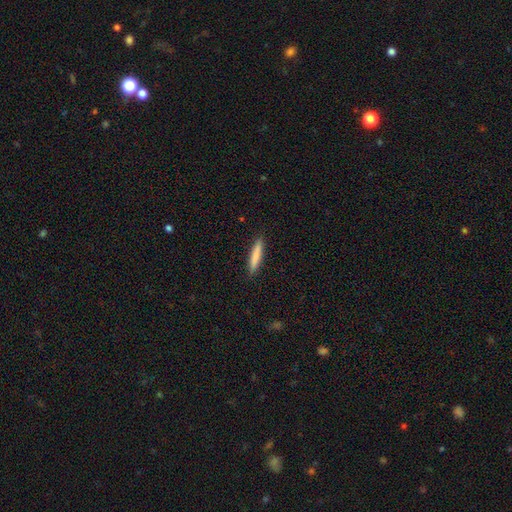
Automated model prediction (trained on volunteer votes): smooth-or-featured: smooth: 81% | featured or disk: 13% | star or artifact: 6%
  how-rounded: cigar-shaped: 90% | in between: 8% | round: 1%
  merging: none: 90% | minor disturbance: 8% | major disturbance: 2% | merger: 1%